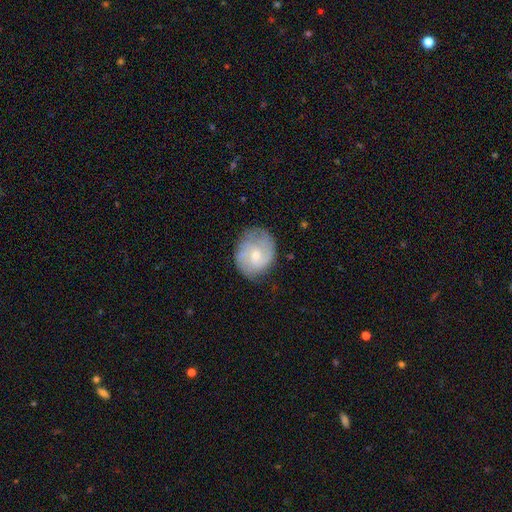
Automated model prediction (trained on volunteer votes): Q: Smooth or featured?
A: featured or disk (69%); runner-up: smooth (25%)
Q: Edge-on disk?
A: no (98%); runner-up: yes (2%)
Q: Bar?
A: no (58%); runner-up: weak (38%)
Q: Spiral arms?
A: yes (91%); runner-up: no (9%)
Q: Spiral winding?
A: tight (42%); runner-up: medium (41%)
Q: Spiral arm count?
A: 2 (32%); runner-up: can't tell (31%)
Q: Bulge size?
A: small (61%); runner-up: moderate (35%)
Q: Merging?
A: none (70%); runner-up: minor disturbance (21%)